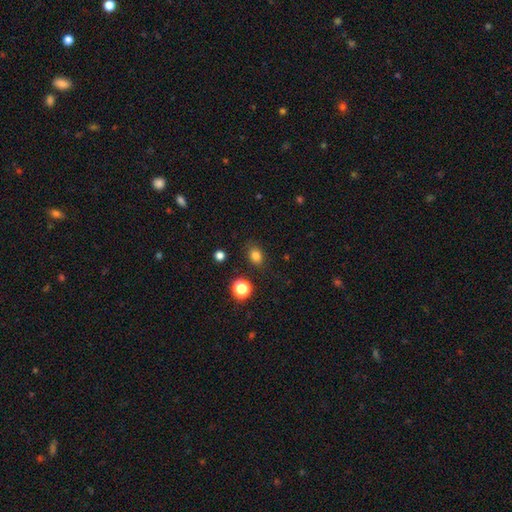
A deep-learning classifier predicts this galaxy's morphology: A smooth galaxy with no disk features (81%) that is in between round and cigar-shaped (52%). Merging: none (83%).